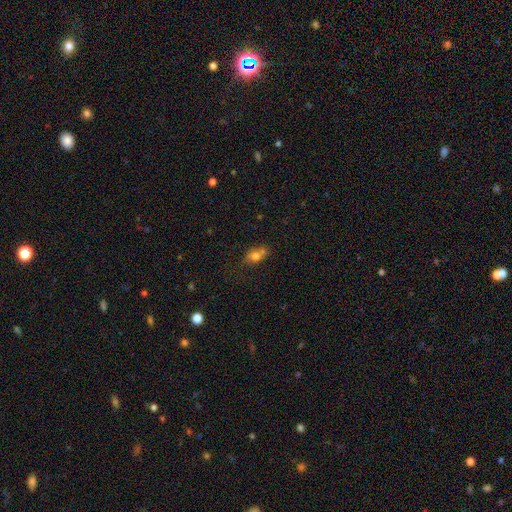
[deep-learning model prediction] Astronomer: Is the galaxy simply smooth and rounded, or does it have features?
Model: smooth — 73%.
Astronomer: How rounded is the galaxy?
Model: in between — 54% (runner-up: round, 43%).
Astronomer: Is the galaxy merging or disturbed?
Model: none — 42% (runner-up: merger, 34%).